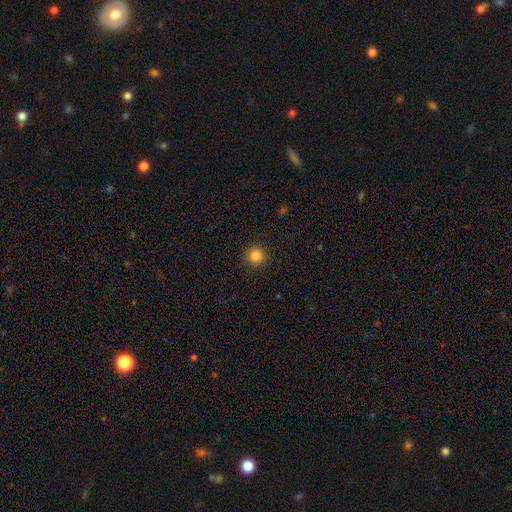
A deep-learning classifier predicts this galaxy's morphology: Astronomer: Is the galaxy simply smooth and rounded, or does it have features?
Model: smooth — 84%.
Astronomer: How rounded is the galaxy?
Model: round — 96%.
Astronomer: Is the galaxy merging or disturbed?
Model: none — 92%.